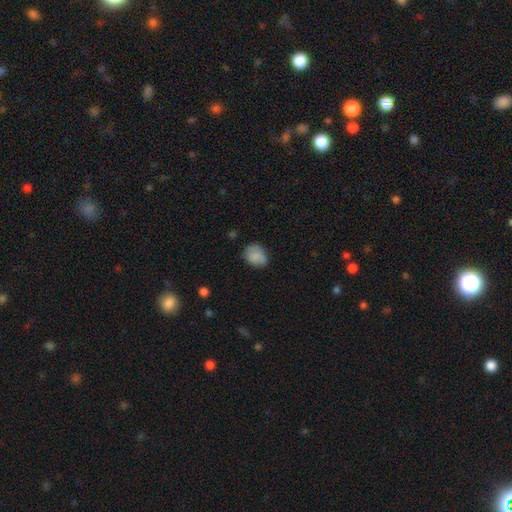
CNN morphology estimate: type=smooth (83%); roundness=in between (52%); merging=none (62%).